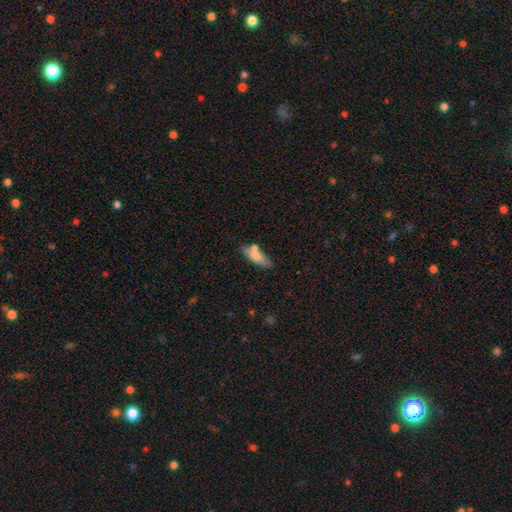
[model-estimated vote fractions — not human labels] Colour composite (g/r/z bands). It shows a smooth galaxy with no disk features (71%) that is in between round and cigar-shaped (56%). Merging: none (59%).